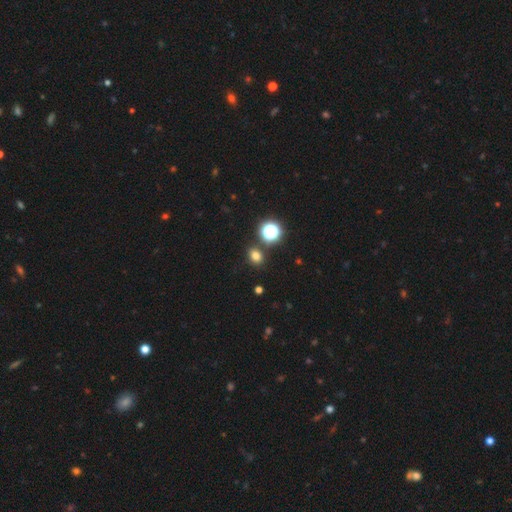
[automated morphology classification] smooth 74%, star or artifact 20%, featured or disk 6%. Down the decision tree: how rounded — round (57%); merging — none (82%).